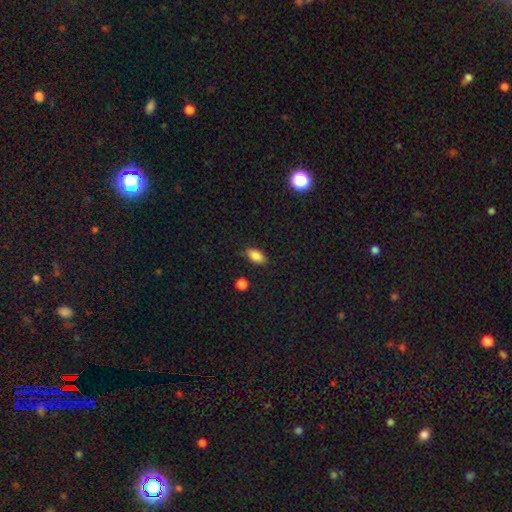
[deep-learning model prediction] smooth-or-featured: smooth: 85% | star or artifact: 9% | featured or disk: 6%
  how-rounded: in between: 89% | round: 5% | cigar-shaped: 5%
  merging: none: 80% | minor disturbance: 15% | major disturbance: 3% | merger: 2%